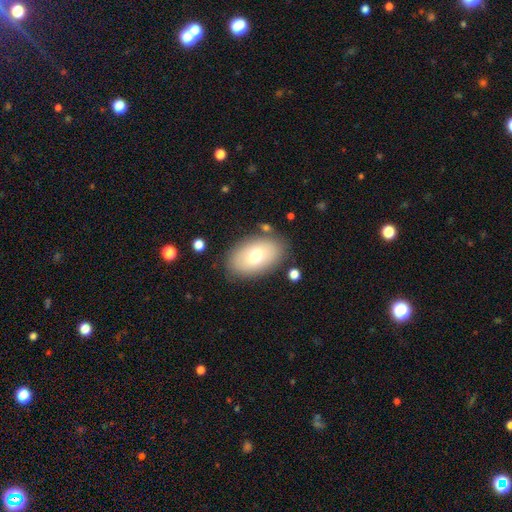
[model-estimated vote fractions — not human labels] smooth 70%, featured or disk 23%, star or artifact 8%. Down the decision tree: how rounded — in between (92%); merging — none (82%).